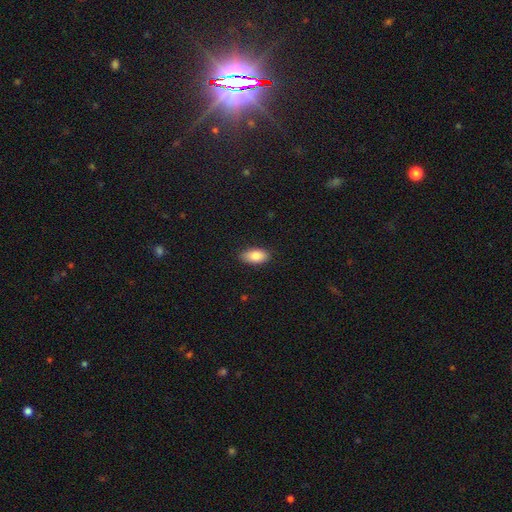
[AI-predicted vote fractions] Smooth or featured: smooth — 85% (featured or disk — 9%)
How rounded: in between — 92% (cigar-shaped — 5%)
Merging: none — 86% (minor disturbance — 11%)